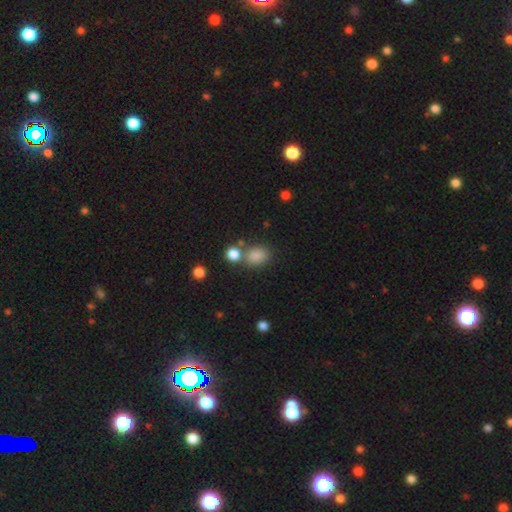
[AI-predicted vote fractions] A smooth galaxy with no disk features (83%) that is in between round and cigar-shaped (56%).

Vote fractions:
- Smooth or featured? smooth: 83% / star or artifact: 12% / featured or disk: 5%
- How rounded? in between: 56% / round: 43% / cigar-shaped: 1%
- Merging? none: 63% / merger: 19% / minor disturbance: 13% / major disturbance: 5%